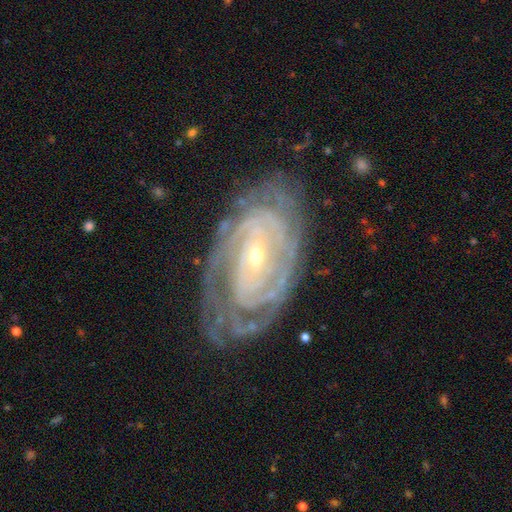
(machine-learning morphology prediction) Smooth or featured? Predicted: featured or disk (p=0.88). Edge-on disk? Predicted: no (p=0.95). Bar? Predicted: no (p=0.52). Spiral arms? Predicted: yes (p=0.96). Spiral winding? Predicted: tight (p=0.81). Spiral arm count? Predicted: can't tell (p=0.35). Bulge size? Predicted: small (p=0.75). Merging? Predicted: none (p=0.73).